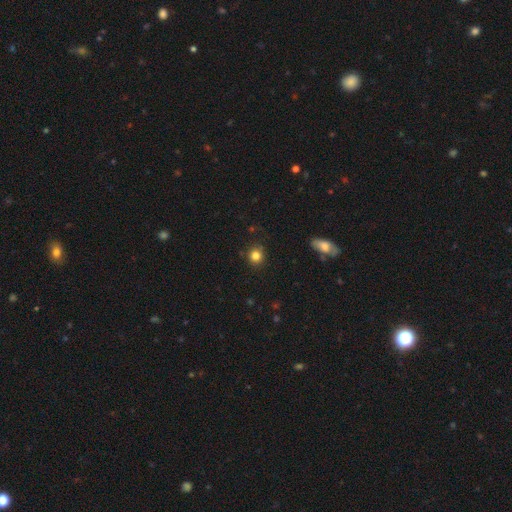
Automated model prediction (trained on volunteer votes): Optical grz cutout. It shows a smooth galaxy with no disk features (82%) that is round (86%). Merging: none (85%).